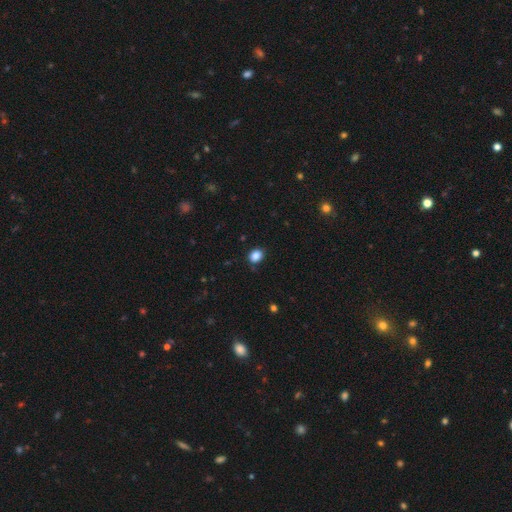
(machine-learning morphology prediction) Smooth or featured?
  - smooth: 86% *
  - star or artifact: 10%
  - featured or disk: 4%
How rounded?
  - in between: 53% *
  - round: 46%
  - cigar-shaped: 1%
Merging?
  - none: 83% *
  - minor disturbance: 12%
  - major disturbance: 3%
  - merger: 2%